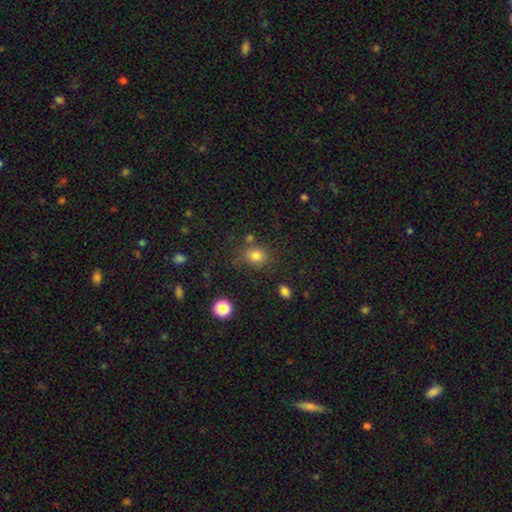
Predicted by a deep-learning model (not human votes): This appears to be a smooth galaxy with no disk features (80%) that is round (63%). Merging: none (71%).